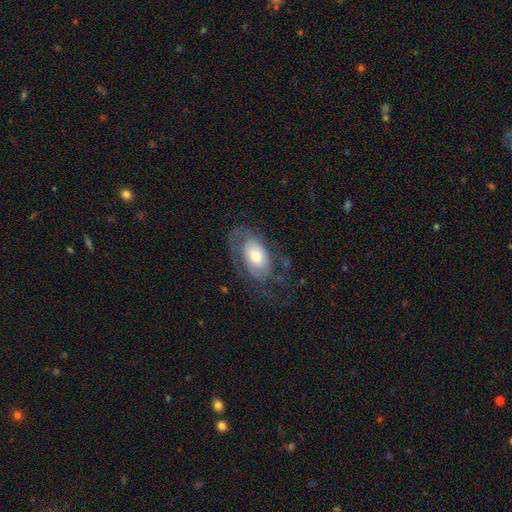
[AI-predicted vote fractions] featured or disk 58%, smooth 35%, star or artifact 7%. Down the decision tree: edge-on disk — no (92%); bar — no (78%); spiral arms — yes (69%); bulge size — moderate (55%); merging — none (52%).